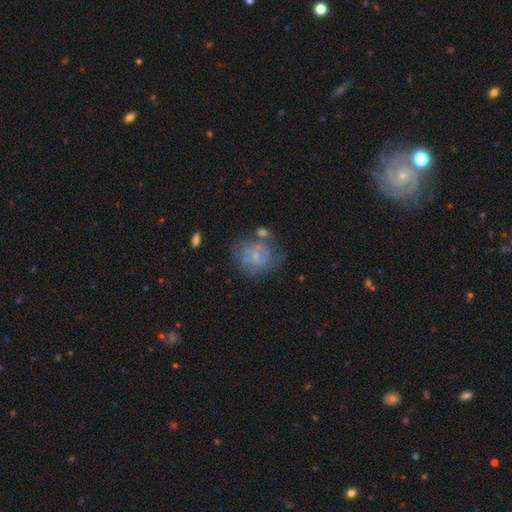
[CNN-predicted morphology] Smooth or featured? Predicted: featured or disk (p=0.54). Edge-on disk? Predicted: no (p=0.97). Bar? Predicted: no (p=0.56). Spiral arms? Predicted: yes (p=0.51). Bulge size? Predicted: small (p=0.40). Merging? Predicted: none (p=0.47).